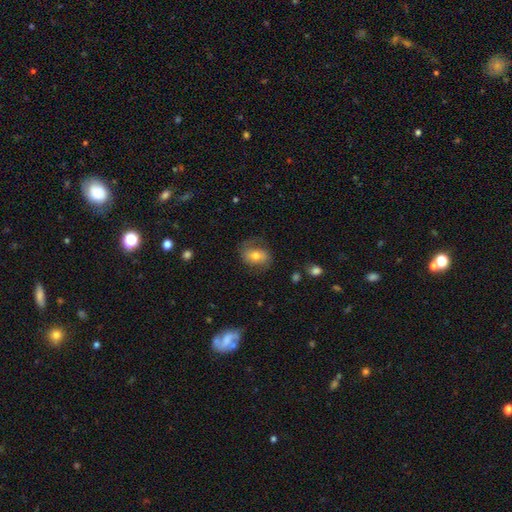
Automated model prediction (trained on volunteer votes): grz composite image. It shows a smooth galaxy with no disk features (47%). Merging: none (64%).